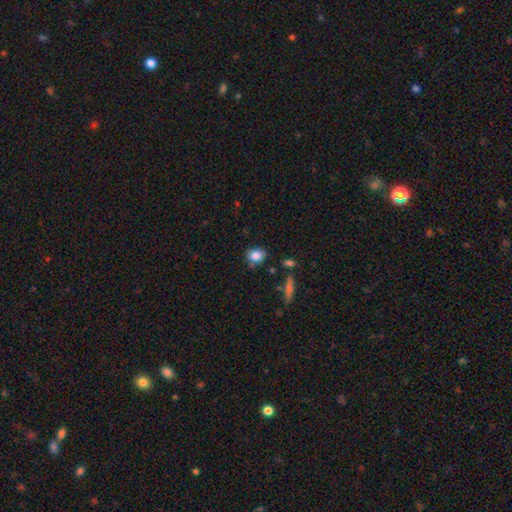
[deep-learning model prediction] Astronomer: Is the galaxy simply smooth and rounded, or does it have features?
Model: smooth — 84%.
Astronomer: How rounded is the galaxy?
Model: in between — 63%.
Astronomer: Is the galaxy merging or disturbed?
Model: none — 74%.